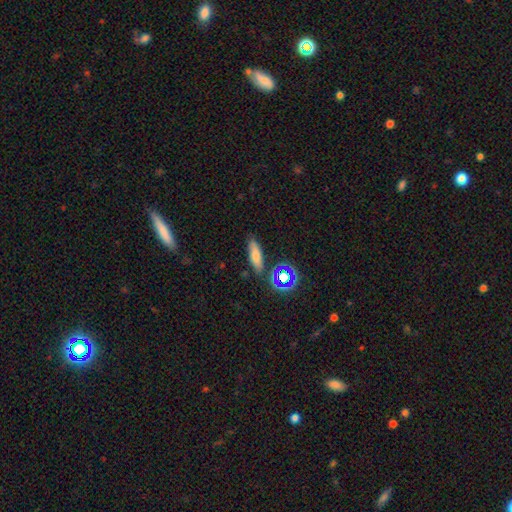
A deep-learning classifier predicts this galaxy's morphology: smooth 67%, featured or disk 17%, star or artifact 17%. Down the decision tree: how rounded — in between (50%); merging — none (80%).